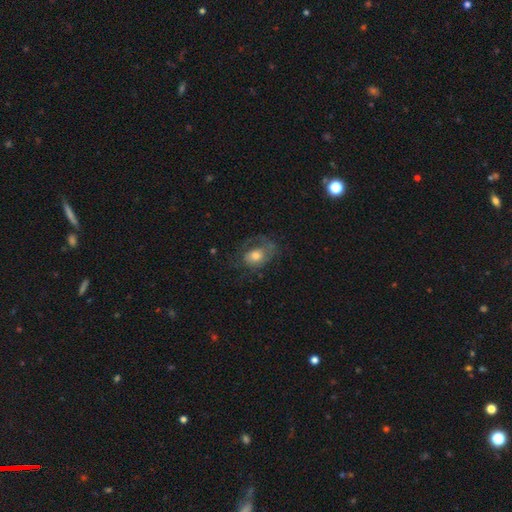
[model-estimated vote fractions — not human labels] Smooth or featured?
  - smooth: 46% *
  - featured or disk: 45%
  - star or artifact: 9%
Merging?
  - none: 42% *
  - major disturbance: 34%
  - minor disturbance: 22%
  - merger: 2%